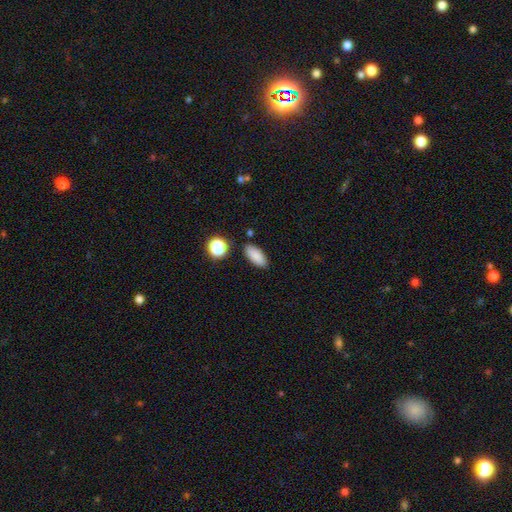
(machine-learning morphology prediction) Smooth or featured: smooth — 86% (star or artifact — 9%)
How rounded: in between — 84% (cigar-shaped — 11%)
Merging: none — 85% (minor disturbance — 9%)